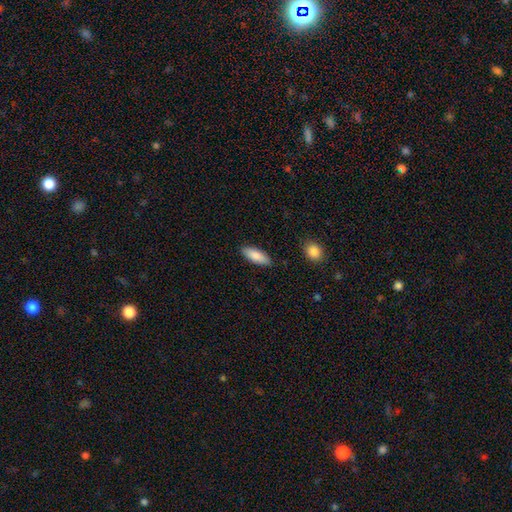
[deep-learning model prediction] smooth-or-featured: smooth: 86% | featured or disk: 8% | star or artifact: 6%
  how-rounded: in between: 72% | cigar-shaped: 26% | round: 2%
  merging: none: 87% | minor disturbance: 9% | major disturbance: 2% | merger: 2%